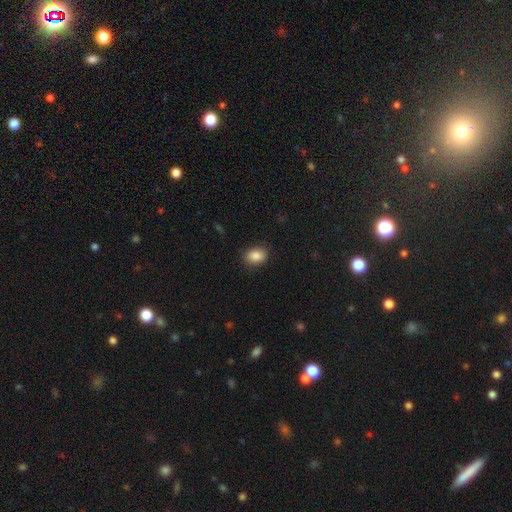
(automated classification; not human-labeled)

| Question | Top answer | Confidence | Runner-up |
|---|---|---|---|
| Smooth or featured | smooth | 88% | star or artifact (8%) |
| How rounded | in between | 73% | round (26%) |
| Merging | none | 87% | minor disturbance (10%) |